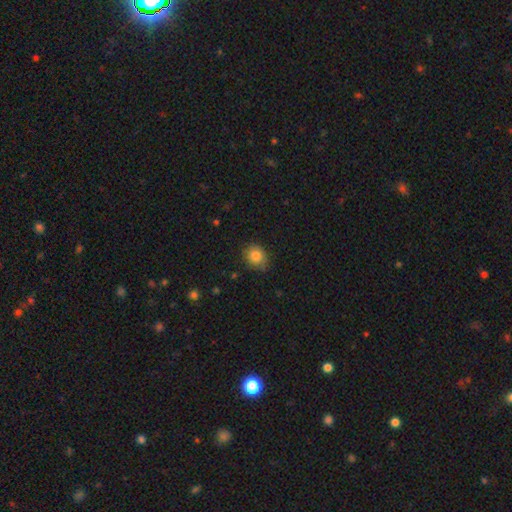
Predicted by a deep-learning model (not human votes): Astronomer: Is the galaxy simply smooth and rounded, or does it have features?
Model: smooth — 84%.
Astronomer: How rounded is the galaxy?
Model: round — 68%.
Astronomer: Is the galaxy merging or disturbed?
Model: none — 78%.